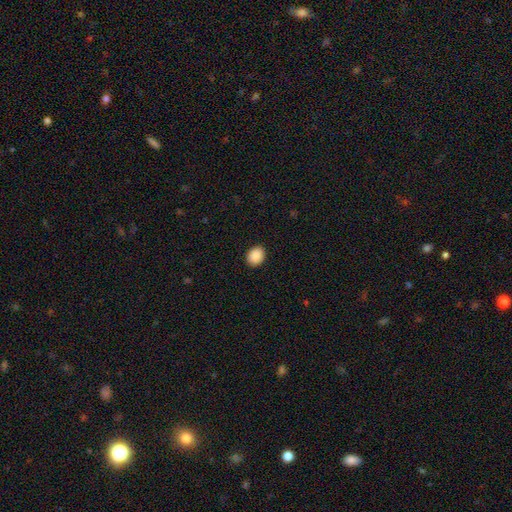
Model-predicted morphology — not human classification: A smooth galaxy with no disk features (88%) that is round (50%, tied with in between).

Vote fractions:
- Smooth or featured? smooth: 88% / star or artifact: 8% / featured or disk: 4%
- How rounded? round: 50% (tied) / in between: 50% (tied) / cigar-shaped: 1%
- Merging? none: 91% / minor disturbance: 6% / major disturbance: 2% / merger: 1%